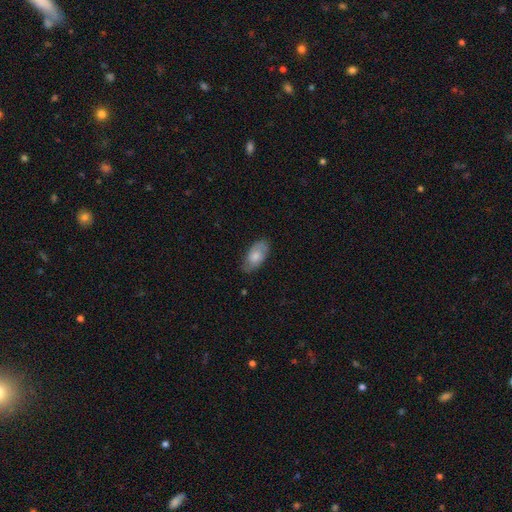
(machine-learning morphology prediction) smooth_or_featured: smooth (p=0.68) [alt: featured or disk p=0.25]
how_rounded: in between (p=0.93) [alt: round p=0.04]
merging: none (p=0.72) [alt: minor disturbance p=0.22]